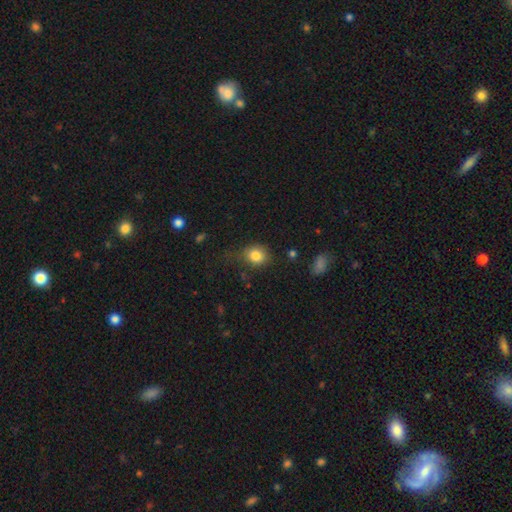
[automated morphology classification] Overall: smooth (83%). How rounded: round (63%; in between 36%). Merging: none (65%).